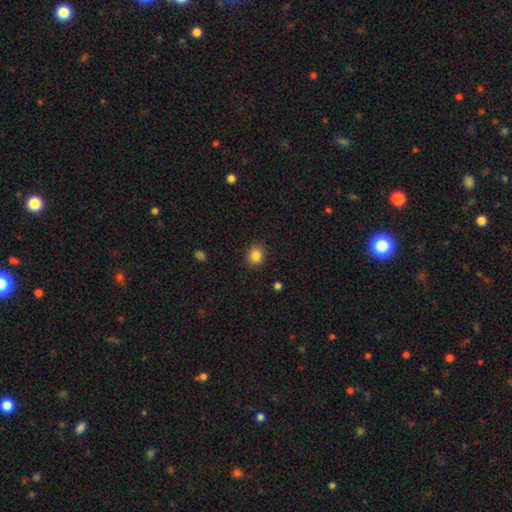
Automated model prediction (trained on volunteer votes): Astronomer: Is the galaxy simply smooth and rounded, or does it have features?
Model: smooth — 85%.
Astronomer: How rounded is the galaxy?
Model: round — 67%.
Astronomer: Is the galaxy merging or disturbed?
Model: none — 88%.